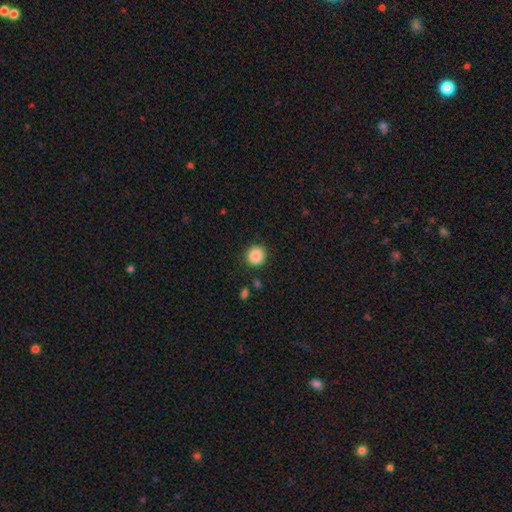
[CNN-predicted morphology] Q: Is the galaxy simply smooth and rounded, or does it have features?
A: smooth — 88%.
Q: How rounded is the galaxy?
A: round — 91%.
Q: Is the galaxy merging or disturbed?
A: none — 89%.